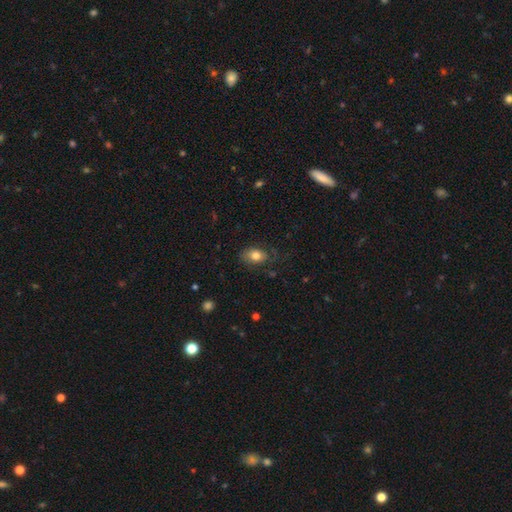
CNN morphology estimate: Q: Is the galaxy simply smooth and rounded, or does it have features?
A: smooth — 78%.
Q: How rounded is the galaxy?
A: in between — 82%.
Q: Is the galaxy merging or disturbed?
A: none — 68%.